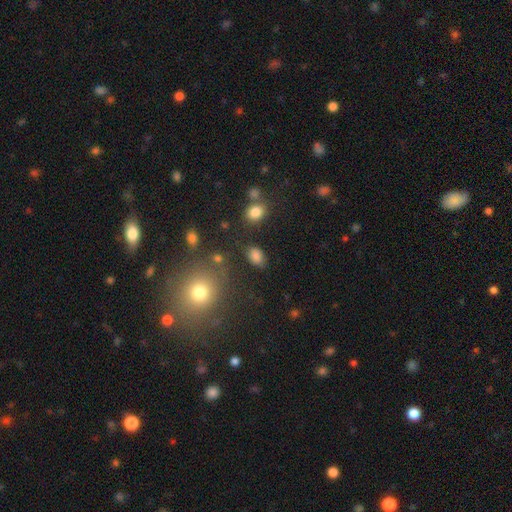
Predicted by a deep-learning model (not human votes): Q: Smooth or featured?
A: smooth (83%); runner-up: star or artifact (11%)
Q: How rounded?
A: in between (80%); runner-up: round (18%)
Q: Merging?
A: none (78%); runner-up: minor disturbance (13%)